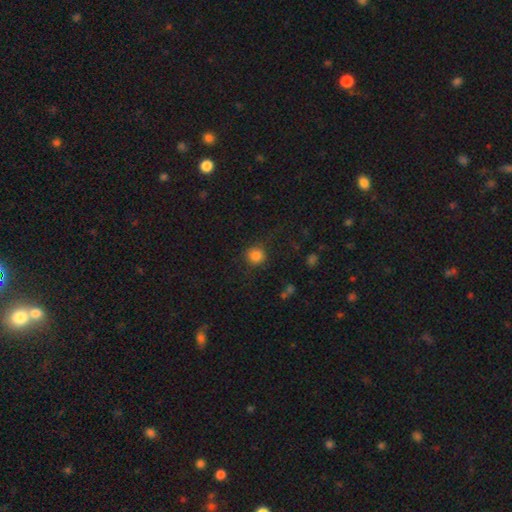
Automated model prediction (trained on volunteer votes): Overall: smooth (83%). How rounded: round (91%). Merging: none (81%).